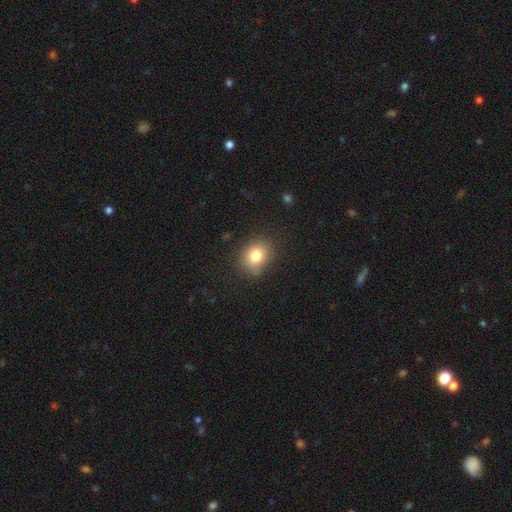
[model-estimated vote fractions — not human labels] Overall: smooth (79%). How rounded: round (61%; in between 38%). Merging: none (81%).